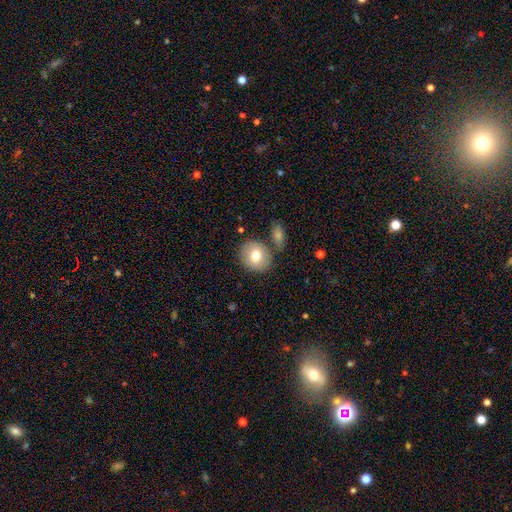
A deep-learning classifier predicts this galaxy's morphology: This appears to be a smooth galaxy with no disk features (75%) that is round (75%). Merging: none (73%).